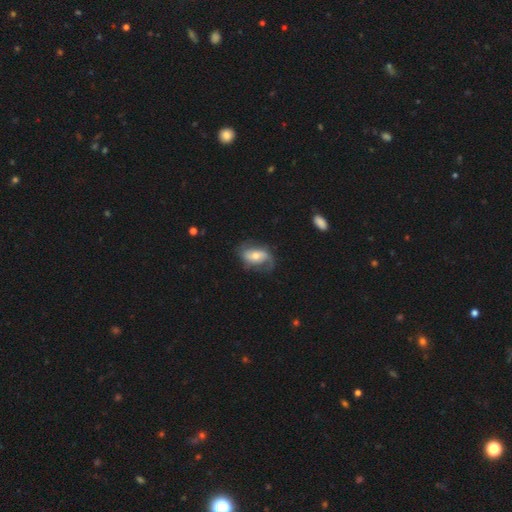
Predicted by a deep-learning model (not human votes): Overall: featured or disk (57%; smooth 36%). Edge-on disk: no (94%). Bar: no (49%; weak 31%). Spiral arms: yes (79%). Bulge size: moderate (58%; small 33%). Merging: none (54%; minor disturbance 25%).